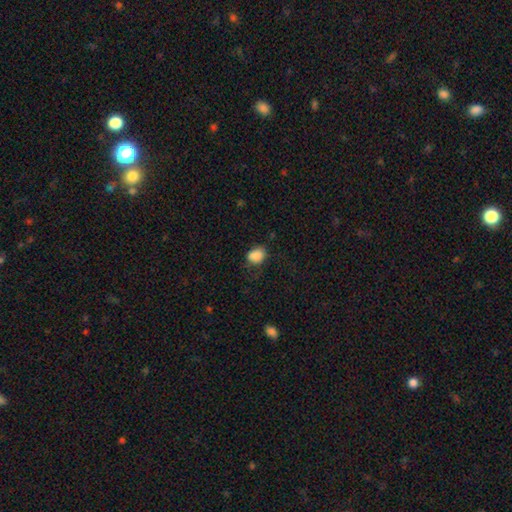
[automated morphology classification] smooth_or_featured: smooth (p=0.86) [alt: star or artifact p=0.10]
how_rounded: in between (p=0.63) [alt: round p=0.36]
merging: none (p=0.64) [alt: minor disturbance p=0.26]